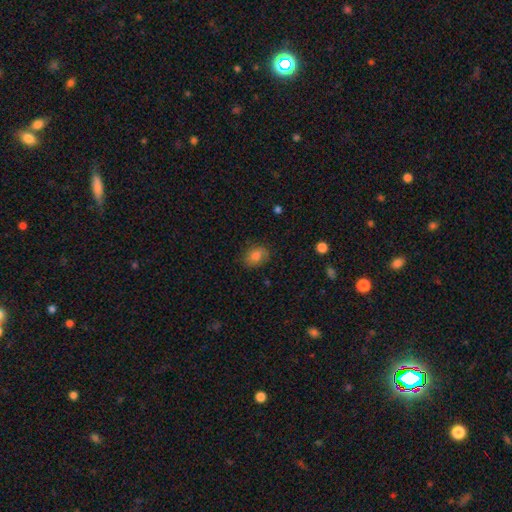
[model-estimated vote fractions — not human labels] Smooth or featured? smooth (80%)
How rounded? in between (64%)
Merging? none (81%)